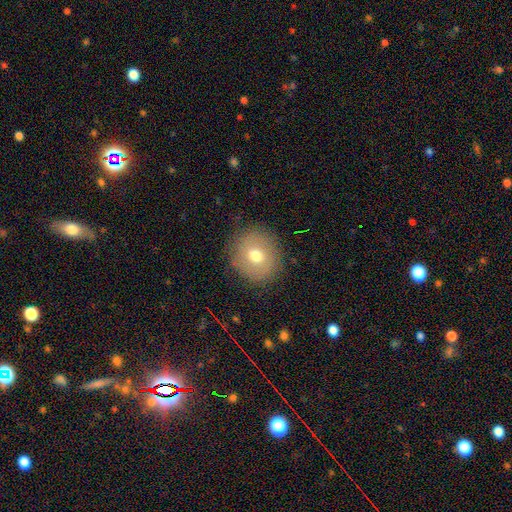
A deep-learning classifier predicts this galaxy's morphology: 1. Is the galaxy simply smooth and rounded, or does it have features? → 68% smooth, 21% featured or disk, 12% star or artifact.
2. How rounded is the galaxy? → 85% round, 14% in between, 1% cigar-shaped.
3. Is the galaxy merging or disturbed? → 85% none, 10% minor disturbance, 4% major disturbance, 1% merger.